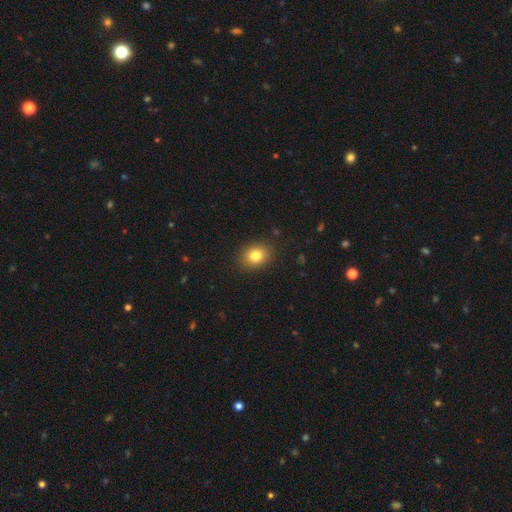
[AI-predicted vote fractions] Smooth or featured? Predicted: smooth (p=0.81). How rounded? Predicted: round (p=0.50). Merging? Predicted: none (p=0.88).